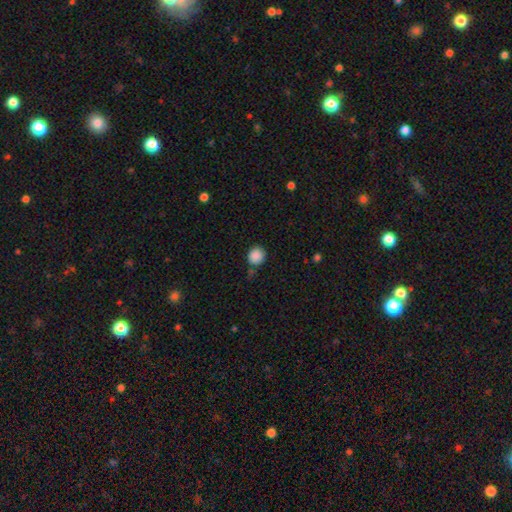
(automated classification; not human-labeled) Smooth or featured?
  - smooth: 87% *
  - star or artifact: 9%
  - featured or disk: 3%
How rounded?
  - round: 85% *
  - in between: 14%
  - cigar-shaped: 1%
Merging?
  - none: 79% *
  - minor disturbance: 13%
  - merger: 5%
  - major disturbance: 3%